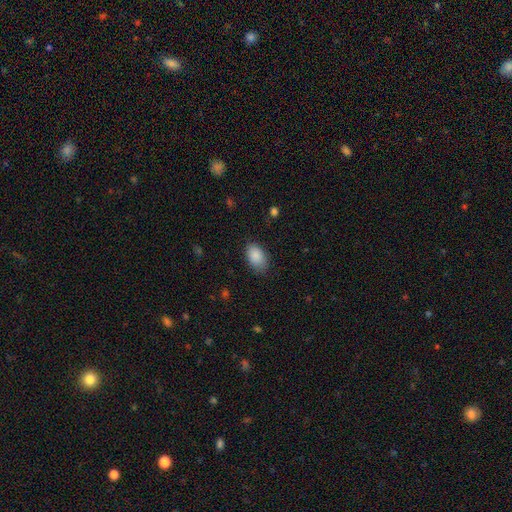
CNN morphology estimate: Smooth or featured?
  - smooth: 89% *
  - star or artifact: 7%
  - featured or disk: 4%
How rounded?
  - in between: 92% *
  - round: 7%
  - cigar-shaped: 1%
Merging?
  - none: 81% *
  - minor disturbance: 15%
  - major disturbance: 3%
  - merger: 1%